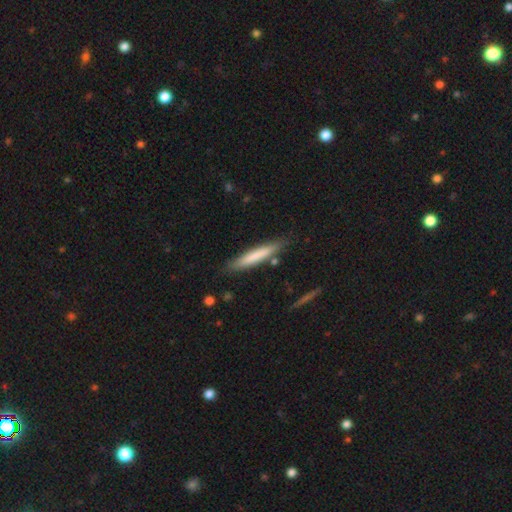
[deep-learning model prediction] Overall: smooth (71%). How rounded: cigar-shaped (93%). Merging: none (84%).